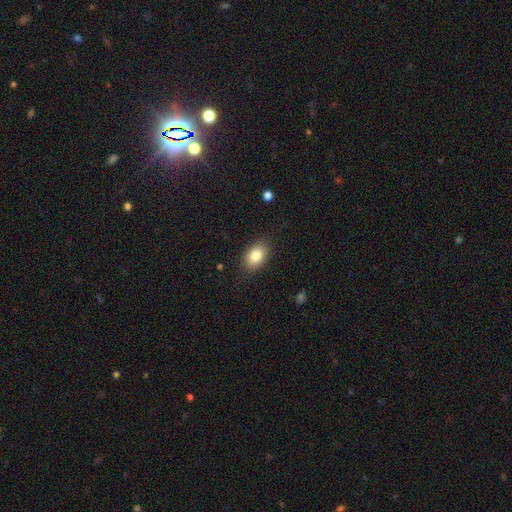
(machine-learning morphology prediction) Smooth or featured? Predicted: smooth (p=0.83). How rounded? Predicted: in between (p=0.85). Merging? Predicted: none (p=0.86).